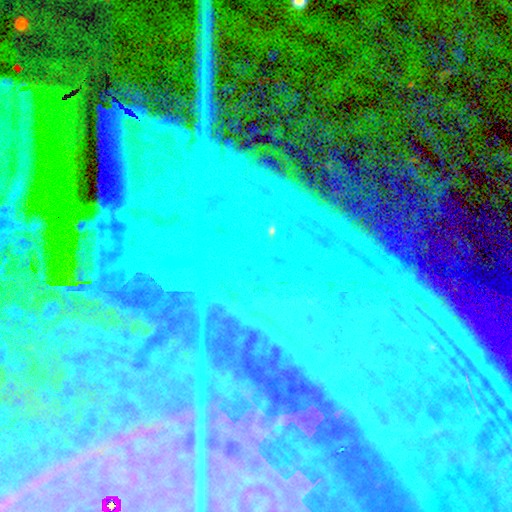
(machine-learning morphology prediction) The model was most divided on "smooth or featured": star or artifact: 86%, featured or disk: 8%, smooth: 6%.